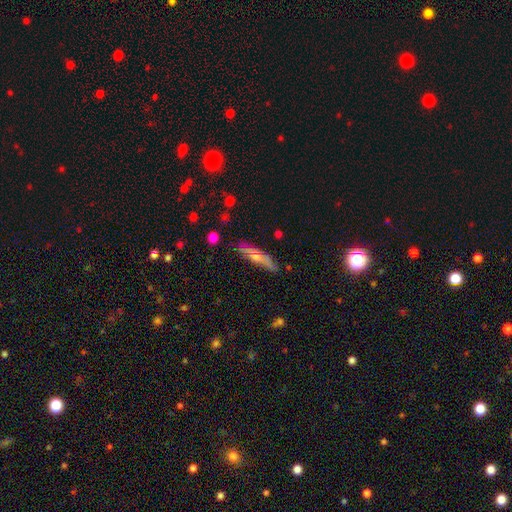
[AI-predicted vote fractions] Smooth or featured: featured or disk — 55% (smooth — 36%)
Edge-on disk: yes — 78% (no — 22%)
Merging: none — 76% (minor disturbance — 18%)